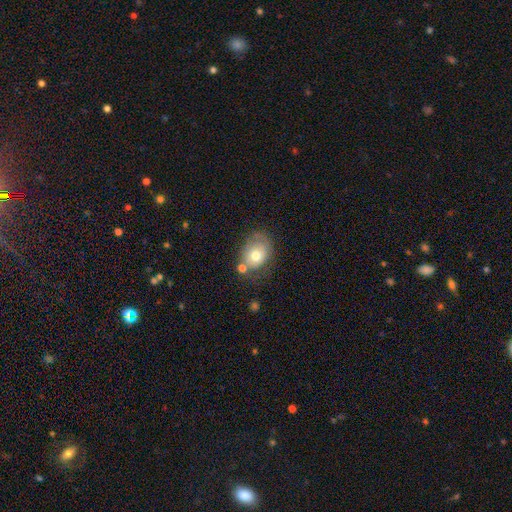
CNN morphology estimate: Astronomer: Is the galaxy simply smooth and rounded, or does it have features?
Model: smooth — 70%.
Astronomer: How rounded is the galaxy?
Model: in between — 61% (runner-up: round, 38%).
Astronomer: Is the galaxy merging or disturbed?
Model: none — 52%.